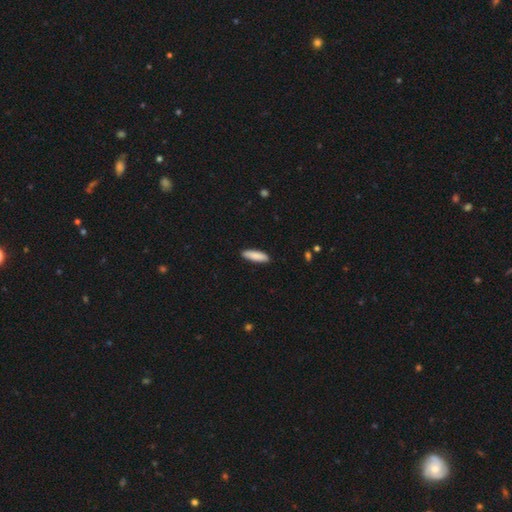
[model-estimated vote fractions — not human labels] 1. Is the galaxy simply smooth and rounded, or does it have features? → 88% smooth, 7% featured or disk, 6% star or artifact.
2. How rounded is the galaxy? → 63% cigar-shaped, 36% in between, 1% round.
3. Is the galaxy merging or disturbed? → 89% none, 8% minor disturbance, 2% major disturbance, 1% merger.